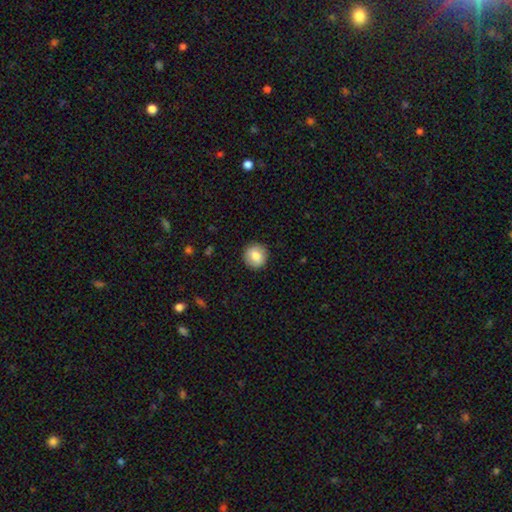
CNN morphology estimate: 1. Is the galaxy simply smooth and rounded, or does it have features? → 82% smooth, 10% featured or disk, 8% star or artifact.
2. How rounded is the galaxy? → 91% round, 8% in between, 1% cigar-shaped.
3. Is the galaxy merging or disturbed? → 90% none, 7% minor disturbance, 2% major disturbance, 1% merger.